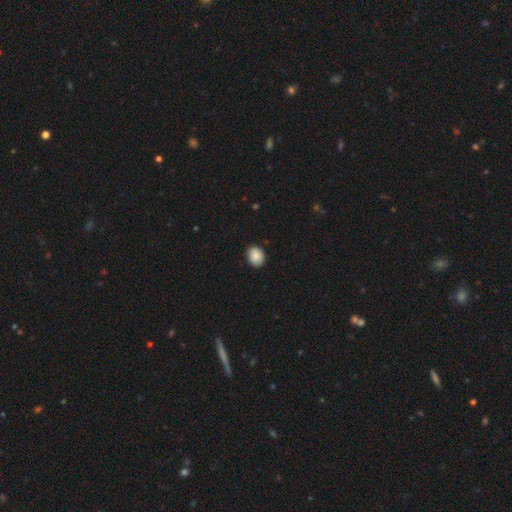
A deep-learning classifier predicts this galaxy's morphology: A smooth galaxy with no disk features (89%) that is in between round and cigar-shaped (58%). Merging: none (88%).